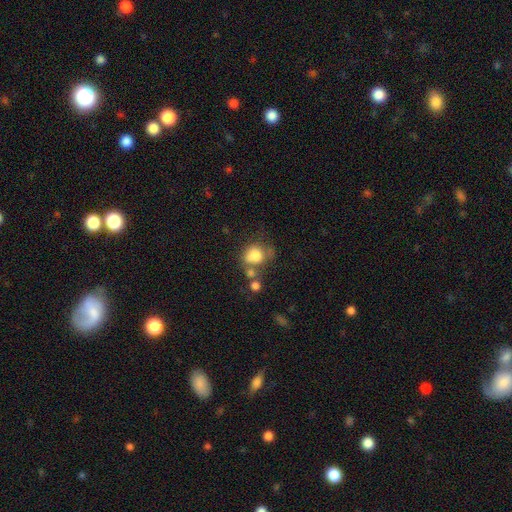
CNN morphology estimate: Smooth or featured? Predicted: smooth (p=0.73). How rounded? Predicted: round (p=0.56). Merging? Predicted: merger (p=0.32, tied with none).